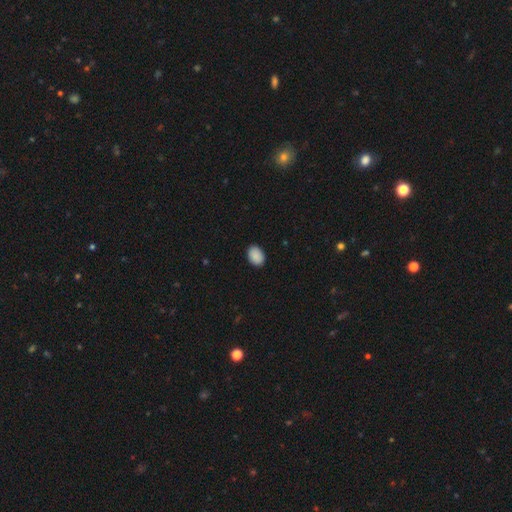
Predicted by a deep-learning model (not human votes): A smooth galaxy with no disk features (90%) that is in between round and cigar-shaped (81%).

Vote fractions:
- Smooth or featured? smooth: 90% / star or artifact: 7% / featured or disk: 2%
- How rounded? in between: 81% / round: 18% / cigar-shaped: 1%
- Merging? none: 89% / minor disturbance: 8% / major disturbance: 2% / merger: 1%